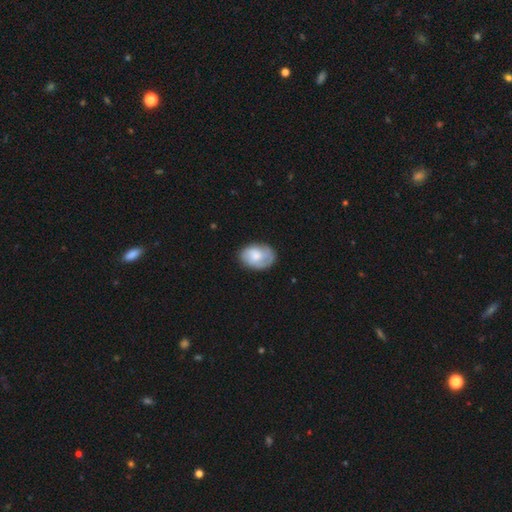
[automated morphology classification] Smooth or featured? smooth (60%)
How rounded? in between (76%)
Merging? none (71%)